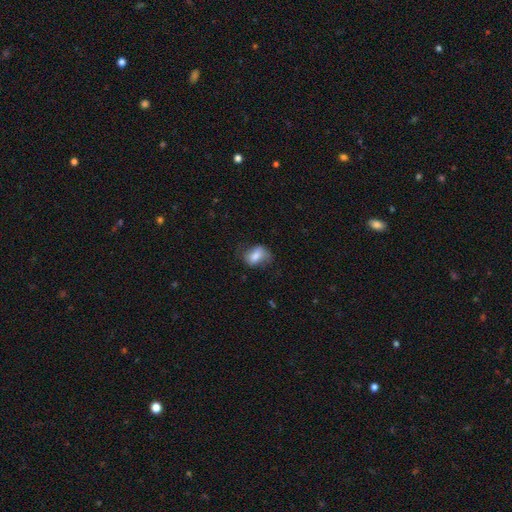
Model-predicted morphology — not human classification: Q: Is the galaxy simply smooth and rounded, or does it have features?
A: smooth — 72%.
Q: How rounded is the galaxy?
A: in between — 79%.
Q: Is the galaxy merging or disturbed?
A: none — 58%.